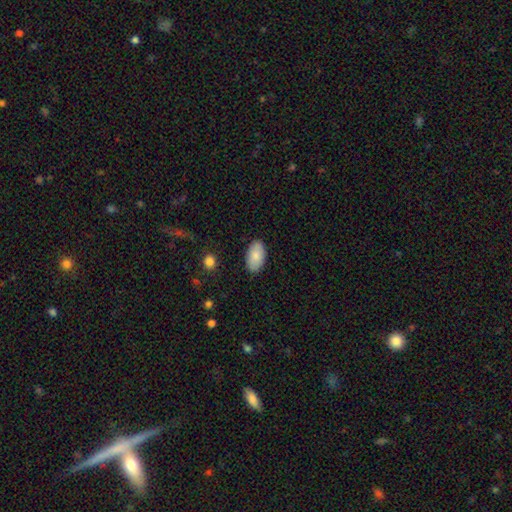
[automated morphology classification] smooth-or-featured: smooth: 84% | featured or disk: 10% | star or artifact: 6%
  how-rounded: in between: 95% | round: 4% | cigar-shaped: 1%
  merging: none: 87% | minor disturbance: 10% | major disturbance: 2% | merger: 1%